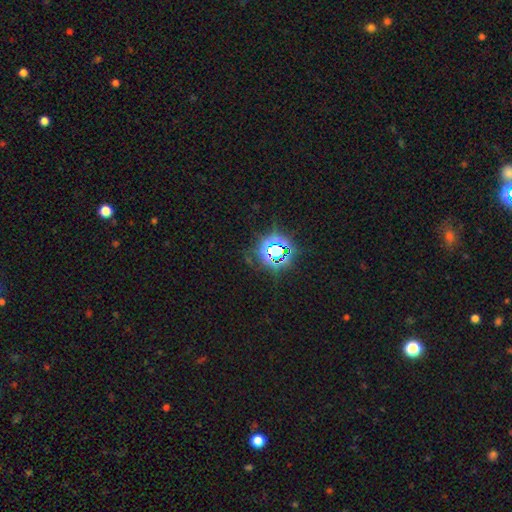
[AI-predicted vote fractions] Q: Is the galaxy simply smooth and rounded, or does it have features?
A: star or artifact — 77%.